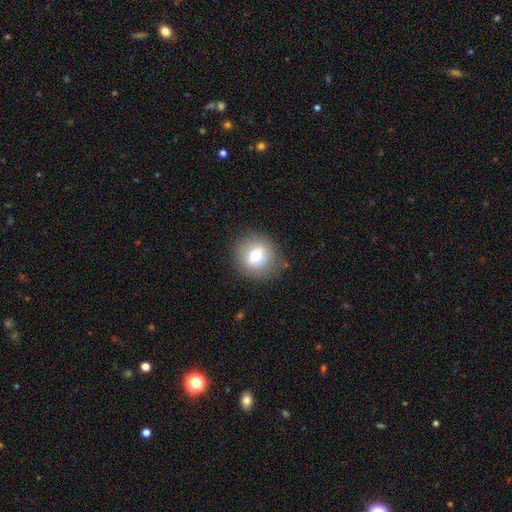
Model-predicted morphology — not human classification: This appears to be a smooth galaxy with no disk features (73%) that is round (84%). Merging: none (82%).